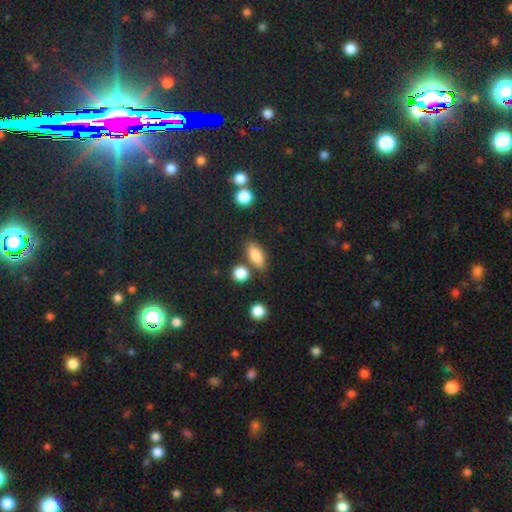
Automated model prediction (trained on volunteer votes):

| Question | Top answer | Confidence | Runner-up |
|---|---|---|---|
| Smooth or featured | smooth | 80% | featured or disk (11%) |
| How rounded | in between | 76% | cigar-shaped (15%) |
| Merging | none | 75% | minor disturbance (12%) |